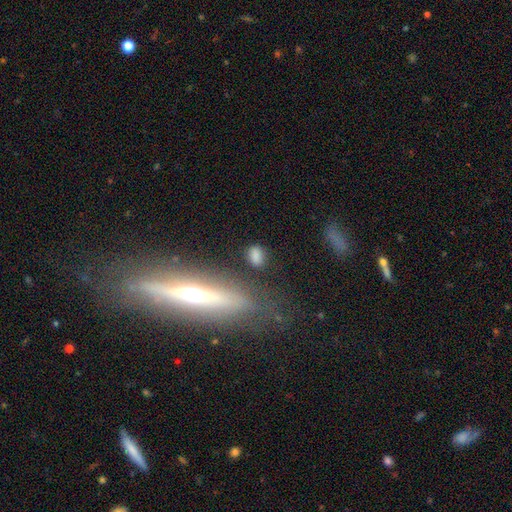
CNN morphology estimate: Smooth or featured? Predicted: smooth (p=0.78). How rounded? Predicted: in between (p=0.75). Merging? Predicted: none (p=0.74).